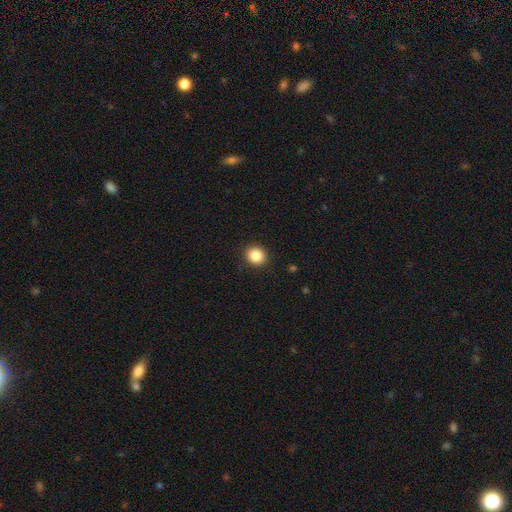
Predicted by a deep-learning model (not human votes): smooth-or-featured: smooth: 86% | star or artifact: 10% | featured or disk: 4%
  how-rounded: round: 84% | in between: 15% | cigar-shaped: 1%
  merging: none: 92% | minor disturbance: 6% | major disturbance: 2% | merger: 1%